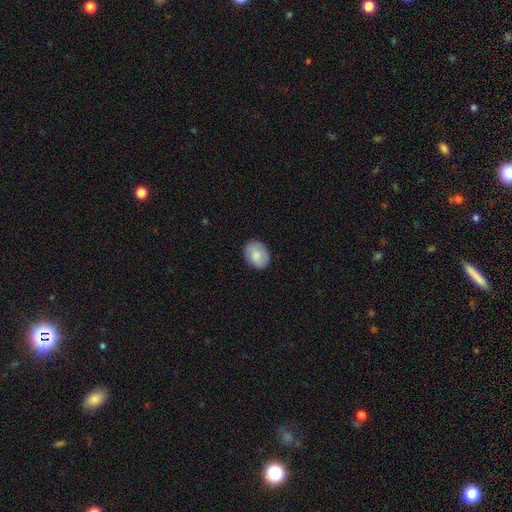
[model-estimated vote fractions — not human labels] Smooth or featured? smooth (81%)
How rounded? in between (67%)
Merging? none (84%)